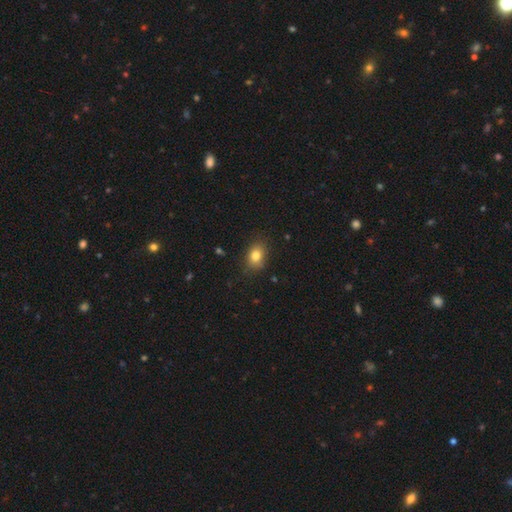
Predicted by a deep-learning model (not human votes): This is clearly a smooth galaxy (82%). How rounded: likely in between (70%). Merging: likely none (80%).